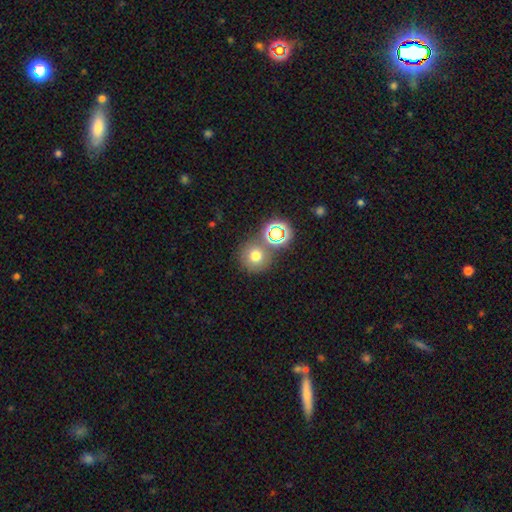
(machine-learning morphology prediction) This is likely a smooth galaxy (68%). How rounded: clearly round (92%). Merging: likely none (71%).